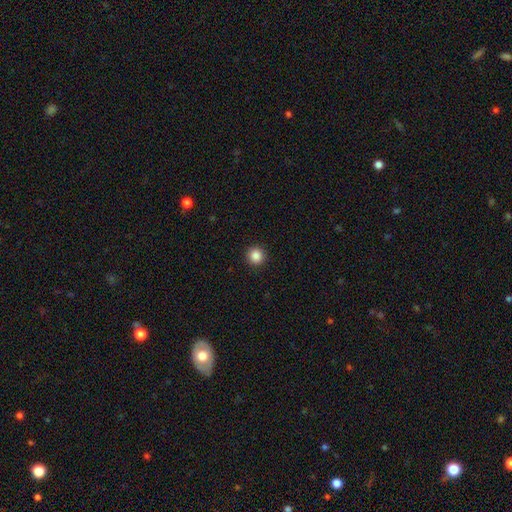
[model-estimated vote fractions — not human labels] smooth 86%, star or artifact 11%, featured or disk 3%. Down the decision tree: how rounded — round (96%); merging — none (94%).